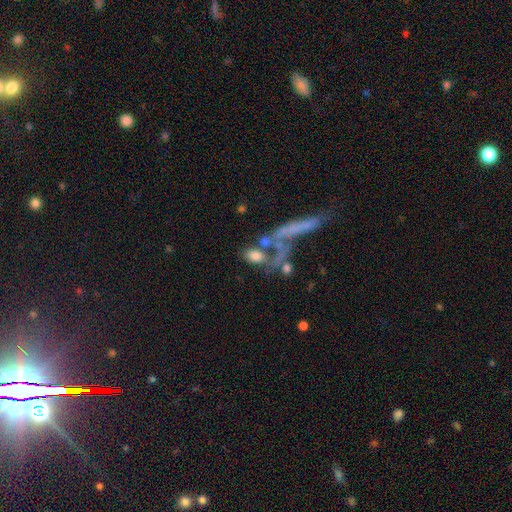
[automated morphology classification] smooth_or_featured: smooth (p=0.70) [alt: featured or disk p=0.20]
how_rounded: in between (p=0.79) [alt: round p=0.14]
merging: none (p=0.37) [alt: merger p=0.31]